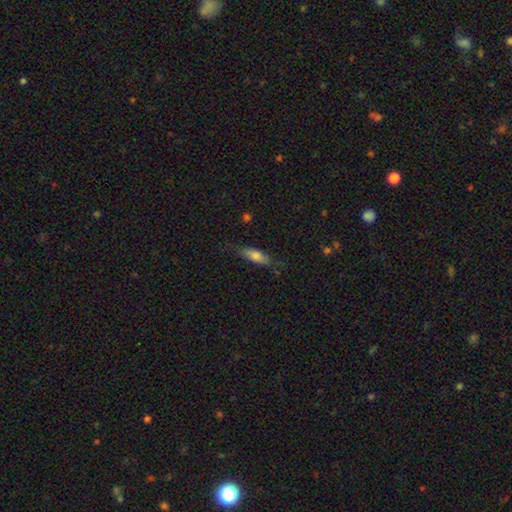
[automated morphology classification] Smooth or featured? smooth (72%)
How rounded? in between (56%)
Merging? none (67%)